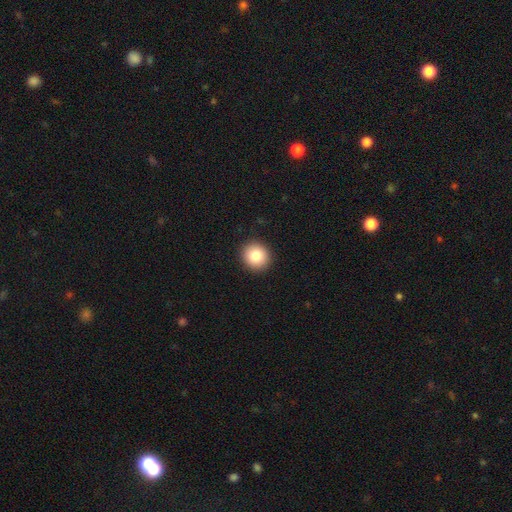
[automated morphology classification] This is clearly a smooth galaxy (83%). How rounded: clearly round (89%). Merging: clearly none (92%).